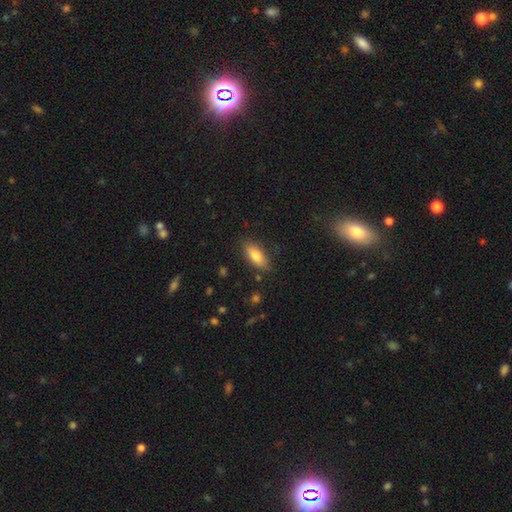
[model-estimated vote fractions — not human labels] smooth-or-featured: smooth: 79% | featured or disk: 14% | star or artifact: 7%
  how-rounded: in between: 78% | cigar-shaped: 20% | round: 3%
  merging: none: 82% | minor disturbance: 13% | major disturbance: 3% | merger: 2%